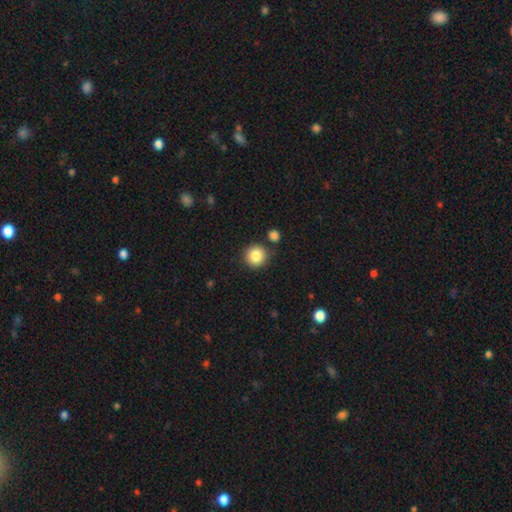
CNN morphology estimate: This appears to be a smooth galaxy with no disk features (85%) that is round (93%). Merging: none (81%).